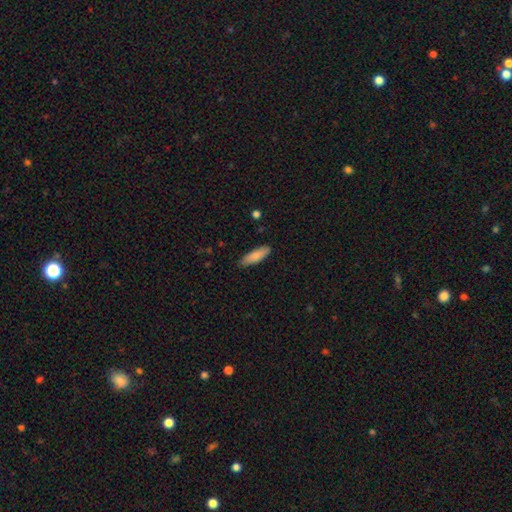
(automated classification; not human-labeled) This is clearly a smooth galaxy (84%). How rounded: possibly cigar-shaped (52%). Merging: clearly none (85%).